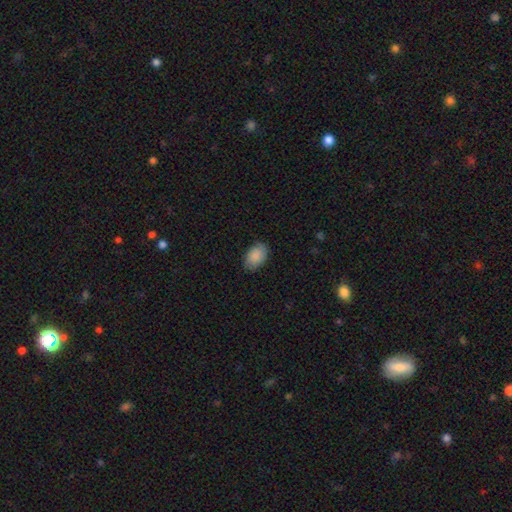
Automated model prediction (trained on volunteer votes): smooth_or_featured: smooth (p=0.88) [alt: star or artifact p=0.06]
how_rounded: in between (p=0.88) [alt: round p=0.11]
merging: none (p=0.85) [alt: minor disturbance p=0.11]